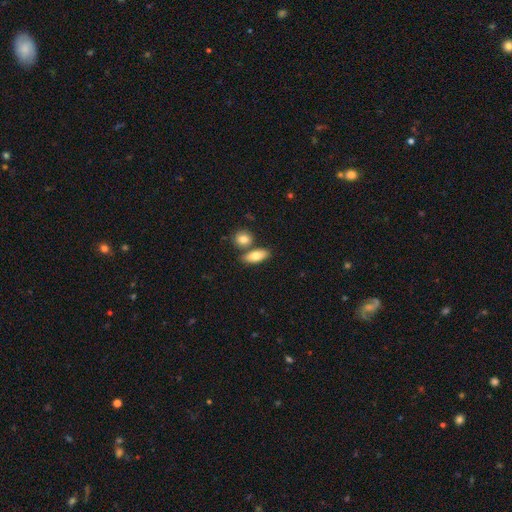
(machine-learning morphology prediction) type=smooth (75%); roundness=in between (83%); merging=none (64%).